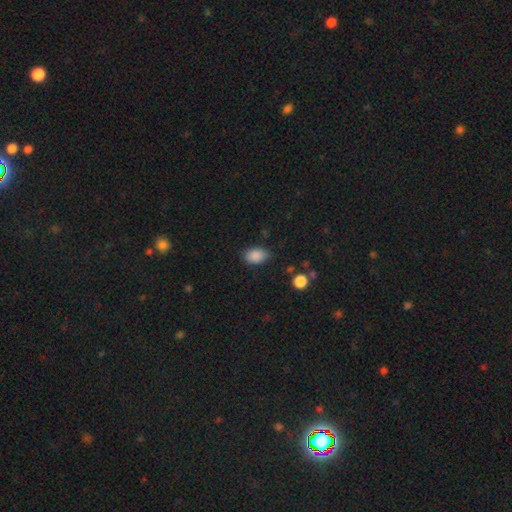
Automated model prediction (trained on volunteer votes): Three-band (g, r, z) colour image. It shows a smooth galaxy with no disk features (87%) that is in between round and cigar-shaped (85%). Merging: none (76%).